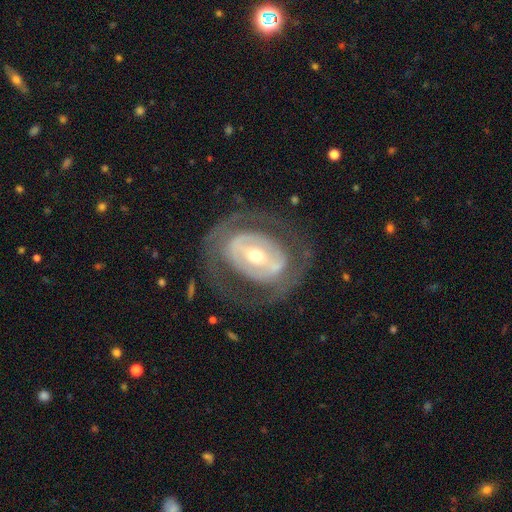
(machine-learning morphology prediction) This appears to be a featured or disk galaxy (78%) with a strong bar (41%), no spiral arms (55%) and a moderate central bulge (53%). Merging: none (70%).